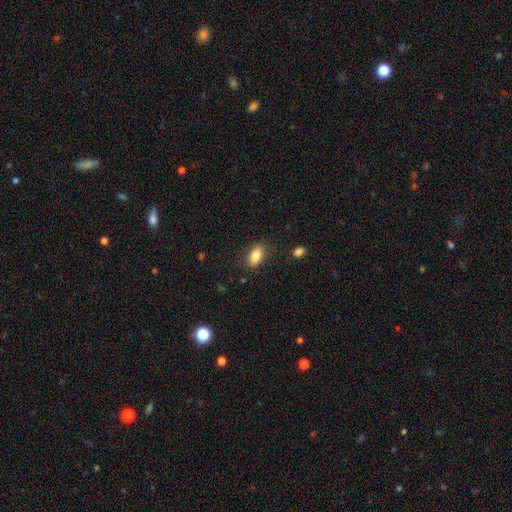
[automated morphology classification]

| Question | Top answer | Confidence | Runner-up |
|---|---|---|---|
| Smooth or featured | smooth | 84% | star or artifact (8%) |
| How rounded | in between | 87% | cigar-shaped (7%) |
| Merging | none | 85% | minor disturbance (10%) |